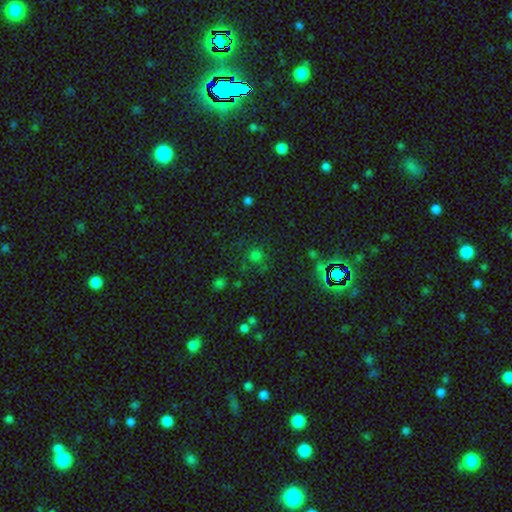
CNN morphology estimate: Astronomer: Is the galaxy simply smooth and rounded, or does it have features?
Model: smooth — 61%.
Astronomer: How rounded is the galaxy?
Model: round — 91%.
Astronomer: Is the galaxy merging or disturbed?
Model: none — 76%.